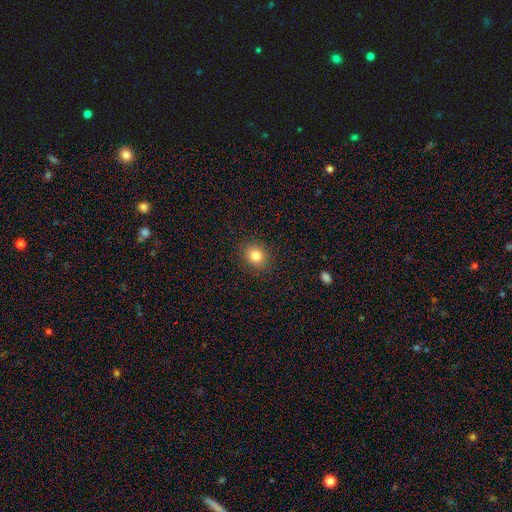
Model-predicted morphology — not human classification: smooth-or-featured: smooth: 82% | star or artifact: 12% | featured or disk: 6%
  how-rounded: round: 66% | in between: 33% | cigar-shaped: 1%
  merging: none: 89% | minor disturbance: 8% | major disturbance: 2% | merger: 1%